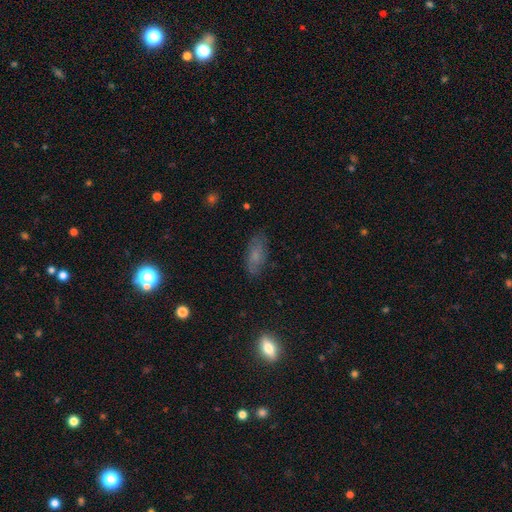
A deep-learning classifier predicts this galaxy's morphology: Overall: smooth (66%). How rounded: in between (81%). Merging: none (78%).